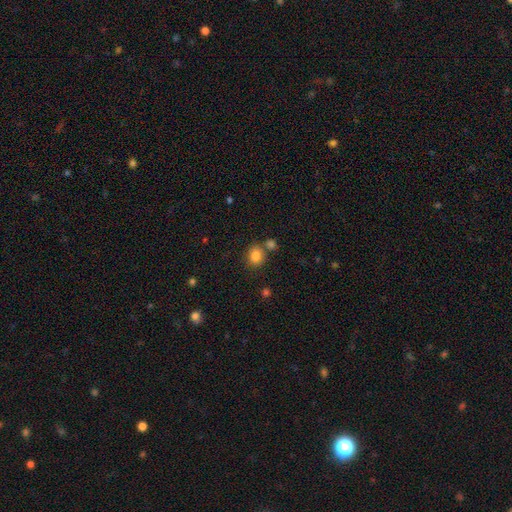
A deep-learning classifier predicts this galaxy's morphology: Smooth or featured: smooth — 83% (star or artifact — 11%)
How rounded: round — 69% (in between — 30%)
Merging: none — 72% (merger — 14%)